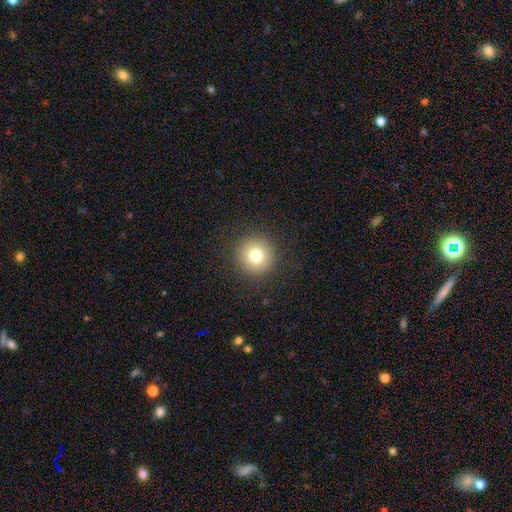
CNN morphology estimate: Smooth or featured? smooth (78%)
How rounded? round (95%)
Merging? none (91%)